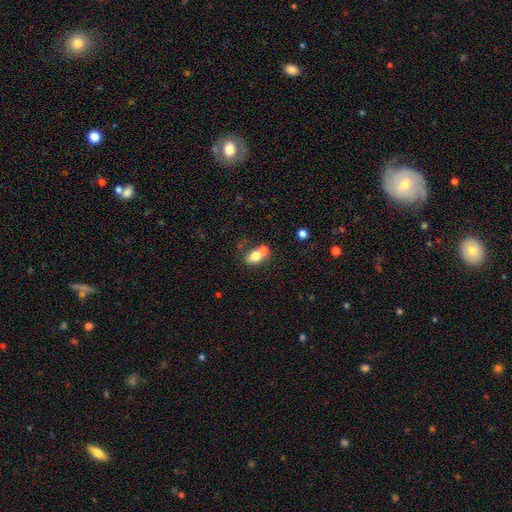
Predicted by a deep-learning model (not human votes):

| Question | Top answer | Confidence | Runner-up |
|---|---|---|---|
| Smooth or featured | smooth | 73% | featured or disk (17%) |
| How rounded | in between | 73% | round (25%) |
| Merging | merger | 54% | none (31%) |